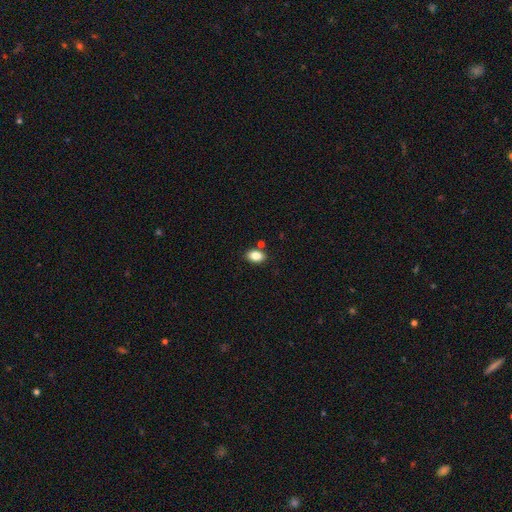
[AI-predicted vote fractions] A smooth galaxy with no disk features (84%) that is in between round and cigar-shaped (83%). Merging: none (80%).